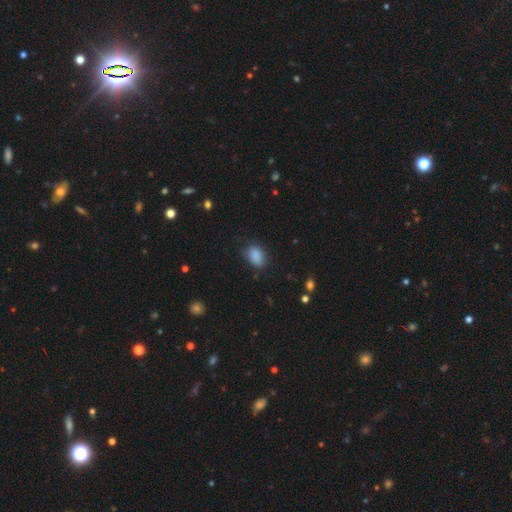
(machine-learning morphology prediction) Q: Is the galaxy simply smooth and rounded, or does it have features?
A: smooth — 86%.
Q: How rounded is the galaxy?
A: in between — 77%.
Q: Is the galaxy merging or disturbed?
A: none — 73%.